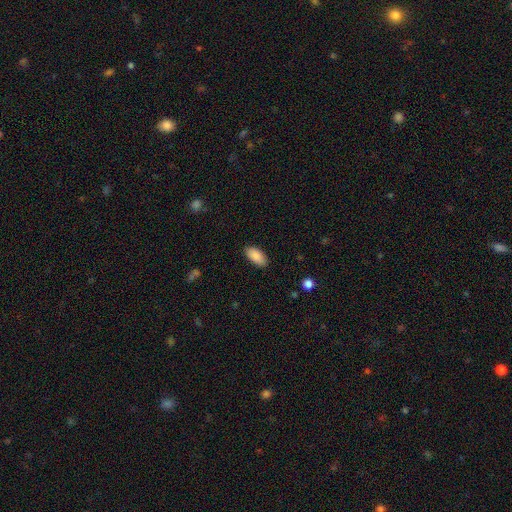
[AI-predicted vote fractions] Smooth or featured: smooth — 89% (star or artifact — 7%)
How rounded: in between — 92% (cigar-shaped — 5%)
Merging: none — 87% (minor disturbance — 10%)